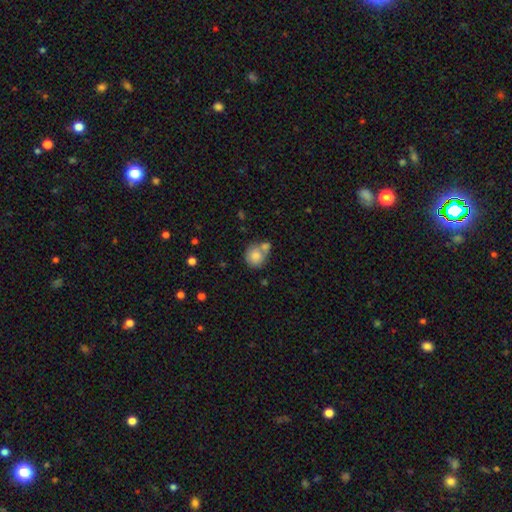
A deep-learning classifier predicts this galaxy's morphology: A smooth galaxy with no disk features (81%) that is round (83%). Merging: none (44%).